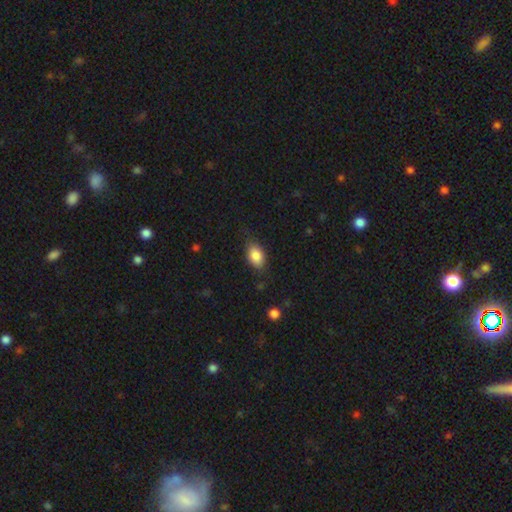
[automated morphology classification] This appears to be a smooth galaxy with no disk features (84%) that is in between round and cigar-shaped (88%). Merging: none (73%).